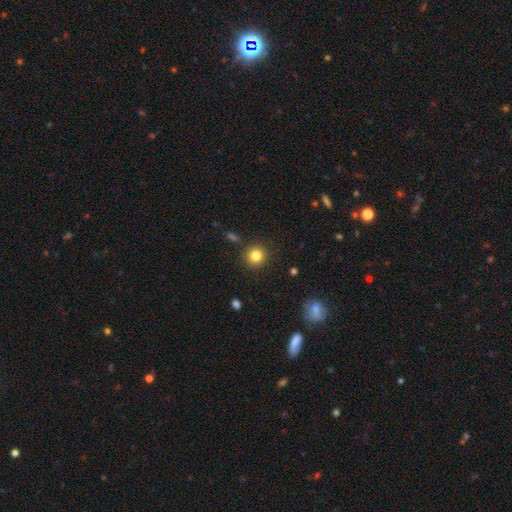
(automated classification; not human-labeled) A smooth galaxy with no disk features (83%) that is round (93%).

Vote fractions:
- Smooth or featured? smooth: 83% / star or artifact: 11% / featured or disk: 6%
- How rounded? round: 93% / in between: 7% / cigar-shaped: 1%
- Merging? none: 90% / minor disturbance: 6% / major disturbance: 2% / merger: 2%